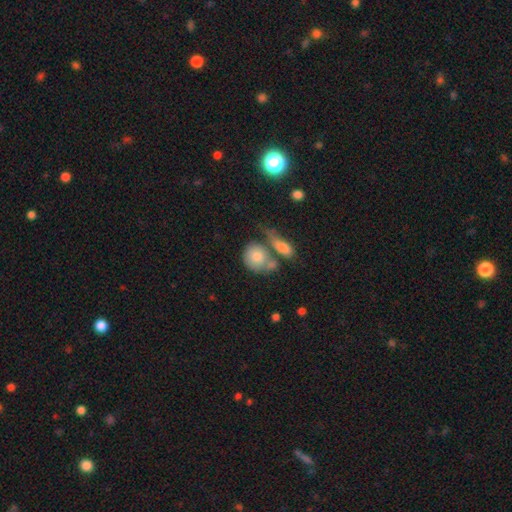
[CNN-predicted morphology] A smooth galaxy with no disk features (41%). Merging: merger (43%).